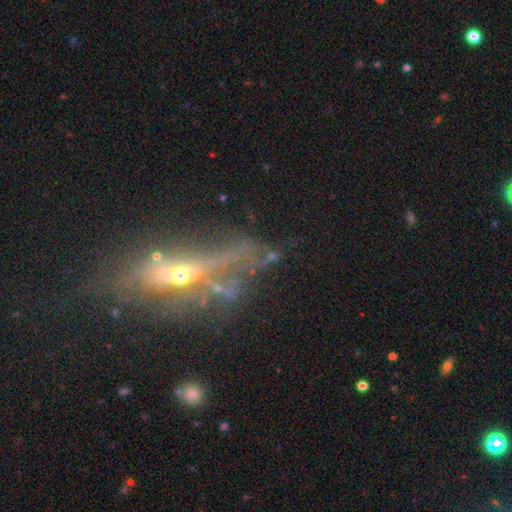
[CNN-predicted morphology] smooth_or_featured: featured or disk (p=0.61) [alt: smooth p=0.21]
disk_edge_on: yes (p=0.58) [alt: no p=0.42]
merging: none (p=0.43) [alt: major disturbance p=0.26]